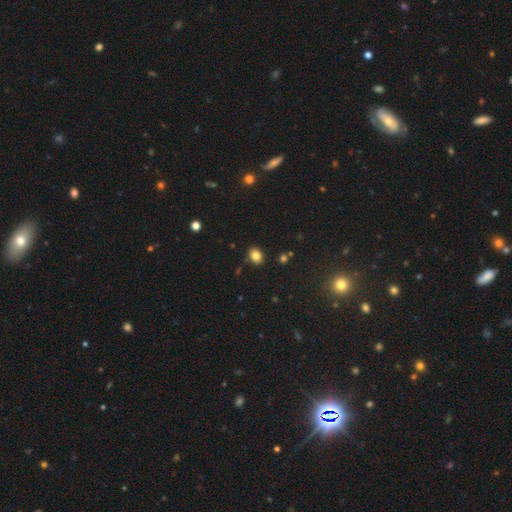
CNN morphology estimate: smooth_or_featured: smooth (p=0.82) [alt: star or artifact p=0.11]
how_rounded: in between (p=0.52) [alt: round p=0.47]
merging: none (p=0.85) [alt: minor disturbance p=0.09]